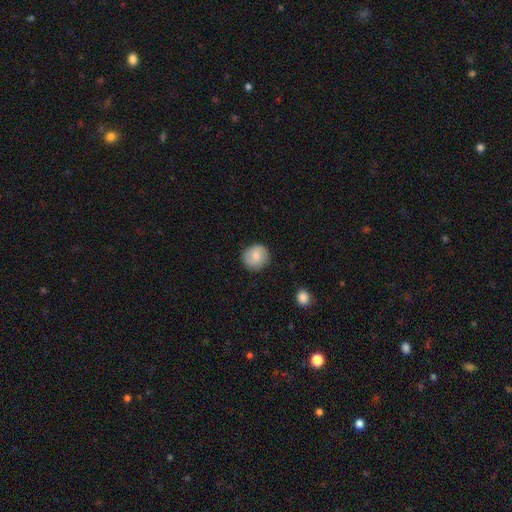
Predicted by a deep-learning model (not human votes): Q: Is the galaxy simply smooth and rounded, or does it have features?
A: smooth — 65%.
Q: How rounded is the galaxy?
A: round — 86%.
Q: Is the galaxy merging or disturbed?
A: none — 85%.